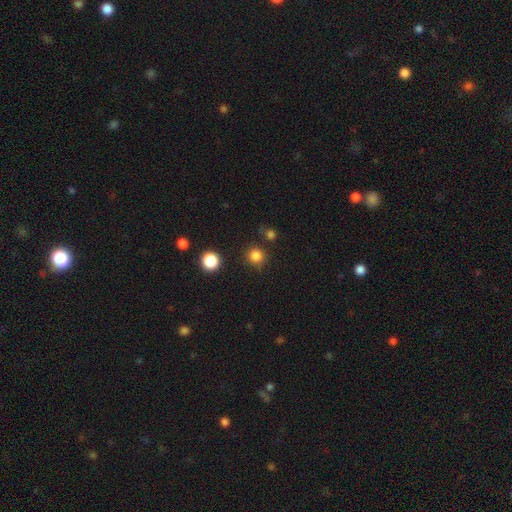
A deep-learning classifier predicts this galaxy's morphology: Q: Smooth or featured?
A: smooth (82%); runner-up: star or artifact (14%)
Q: How rounded?
A: round (94%); runner-up: in between (5%)
Q: Merging?
A: none (85%); runner-up: minor disturbance (9%)